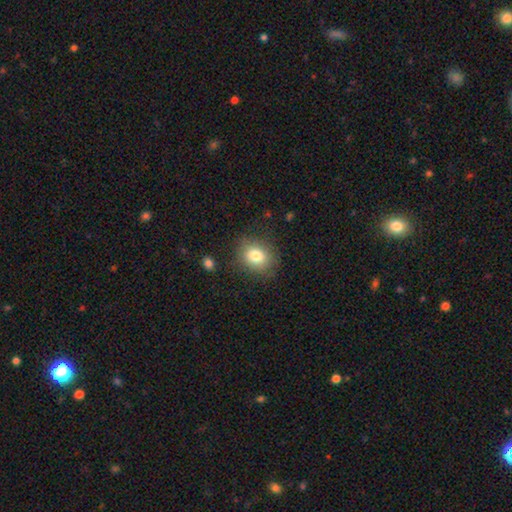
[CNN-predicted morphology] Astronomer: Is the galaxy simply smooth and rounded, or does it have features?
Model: smooth — 79%.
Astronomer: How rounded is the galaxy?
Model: round — 57% (runner-up: in between, 42%).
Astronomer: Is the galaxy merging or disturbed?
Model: none — 81%.